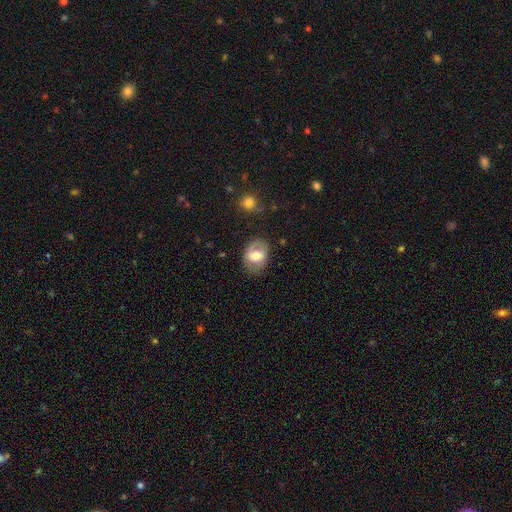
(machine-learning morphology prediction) Smooth or featured? Predicted: smooth (p=0.58). How rounded? Predicted: in between (p=0.62). Merging? Predicted: none (p=0.71).